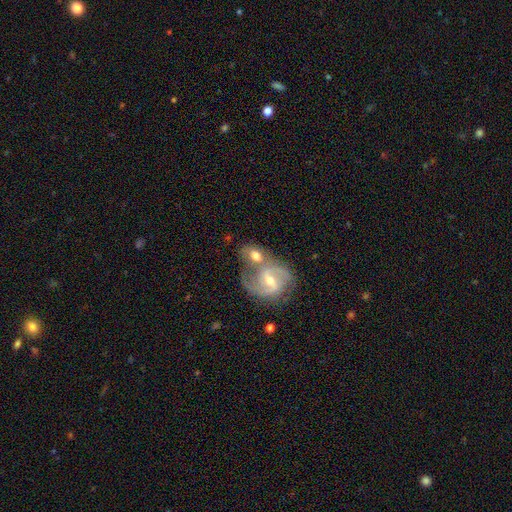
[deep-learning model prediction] smooth-or-featured: featured or disk: 67% | smooth: 26% | star or artifact: 6%
  disk-edge-on: no: 96% | yes: 4%
    bar: weak: 49% | no: 27% | strong: 24%
    has-spiral-arms: yes: 88% | no: 12%
      spiral-winding: medium: 55% | loose: 27% | tight: 18%
      spiral-arm-count: 2: 86% | can't tell: 6% | 3: 3% | 1: 3% | 4: 1% | more than 4: 1%
    bulge-size: moderate: 62% | small: 30% | large: 5% | none: 2% | dominant: 1%
  merging: merger: 52% | none: 32% | minor disturbance: 11% | major disturbance: 5%